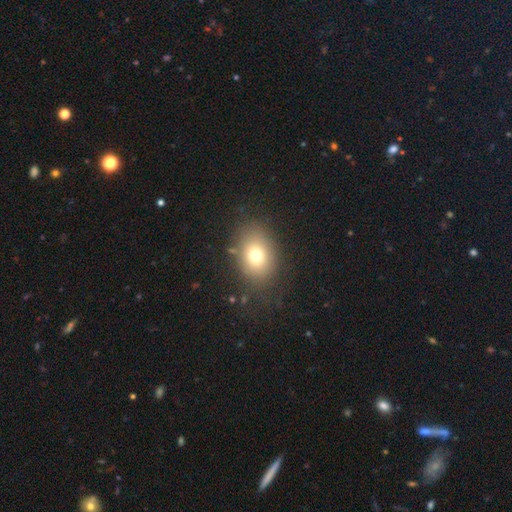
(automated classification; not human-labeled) Morphology: type=smooth (72%); roundness=in between (58%); merging=none (80%).